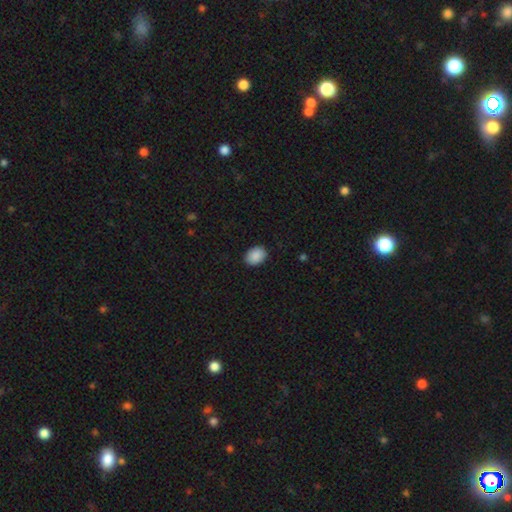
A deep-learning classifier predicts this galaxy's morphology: Overall: smooth (90%). How rounded: in between (69%; round 31%). Merging: none (89%).